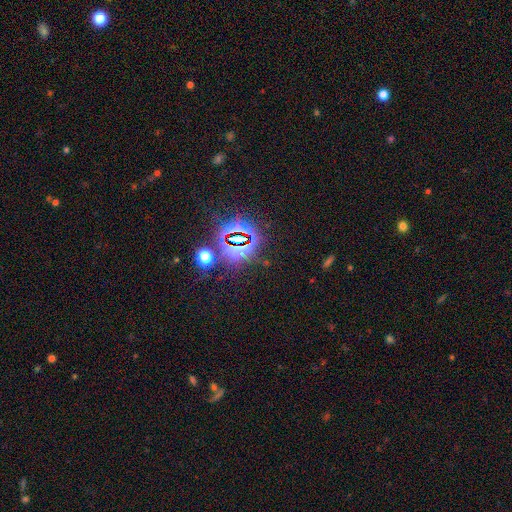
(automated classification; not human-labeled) Smooth or featured? star or artifact (82%)